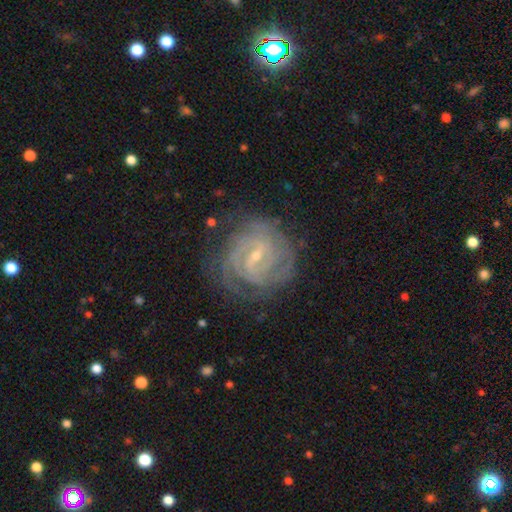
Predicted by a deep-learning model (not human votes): Smooth or featured? featured or disk (87%)
Edge-on disk? no (97%)
Bar? weak (54%)
Spiral arms? yes (97%)
Spiral winding? tight (74%)
Spiral arm count? can't tell (28%)
Bulge size? small (74%)
Merging? none (76%)